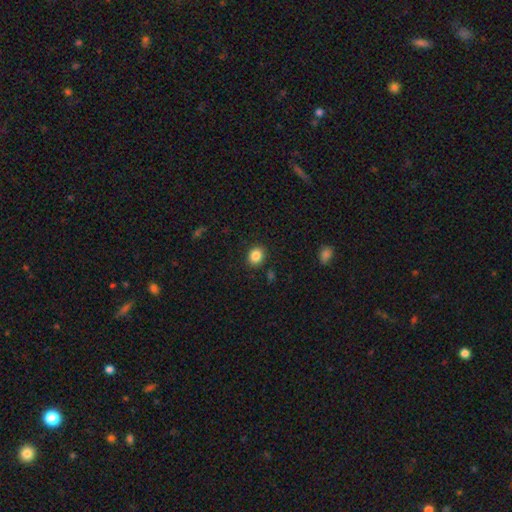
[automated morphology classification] Smooth or featured?
  - smooth: 86% *
  - star or artifact: 10%
  - featured or disk: 5%
How rounded?
  - round: 62% *
  - in between: 37%
  - cigar-shaped: 1%
Merging?
  - none: 89% *
  - minor disturbance: 7%
  - major disturbance: 2%
  - merger: 1%